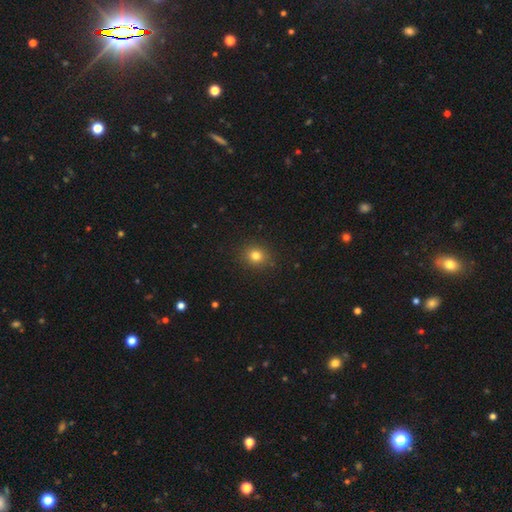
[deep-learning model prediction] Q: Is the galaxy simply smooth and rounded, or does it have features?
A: smooth — 80%.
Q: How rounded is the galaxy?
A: round — 78%.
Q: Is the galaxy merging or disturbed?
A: none — 89%.